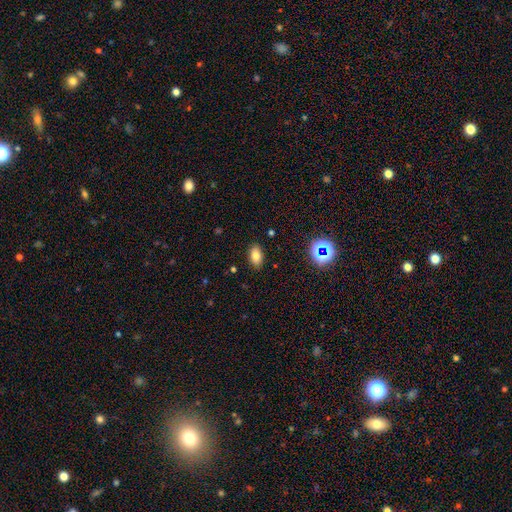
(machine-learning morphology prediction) smooth-or-featured: smooth: 78% | star or artifact: 13% | featured or disk: 10%
  how-rounded: in between: 90% | round: 8% | cigar-shaped: 3%
  merging: none: 88% | minor disturbance: 8% | major disturbance: 2% | merger: 1%